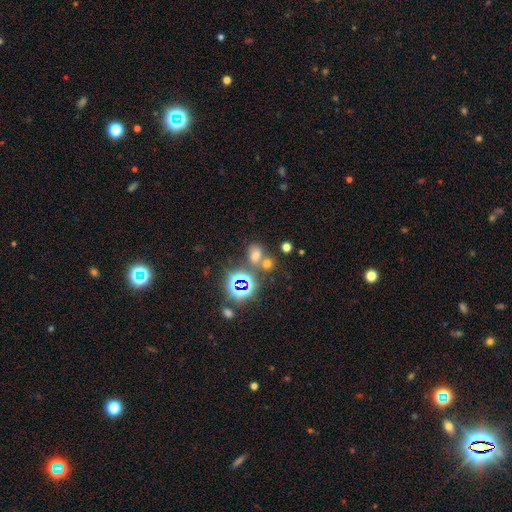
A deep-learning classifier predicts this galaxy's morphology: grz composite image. It shows a smooth galaxy with no disk features (54%) that is in between round and cigar-shaped (57%). Merging: none (57%).